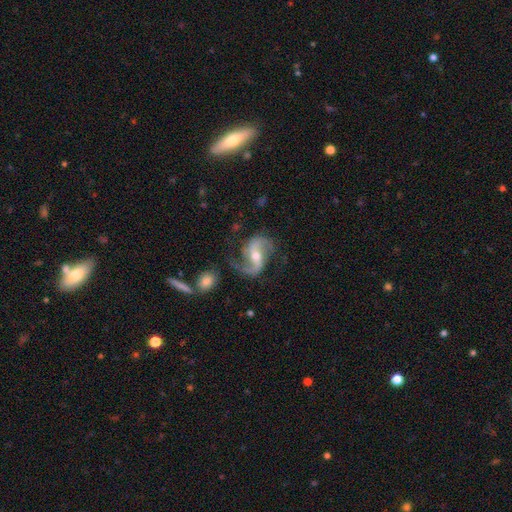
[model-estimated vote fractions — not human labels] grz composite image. It shows a featured or disk galaxy (90%) with a weak bar (41%), 2 (92%) loose (57%) spiral arms (97%) and a moderate central bulge (61%). Merging: none (71%).